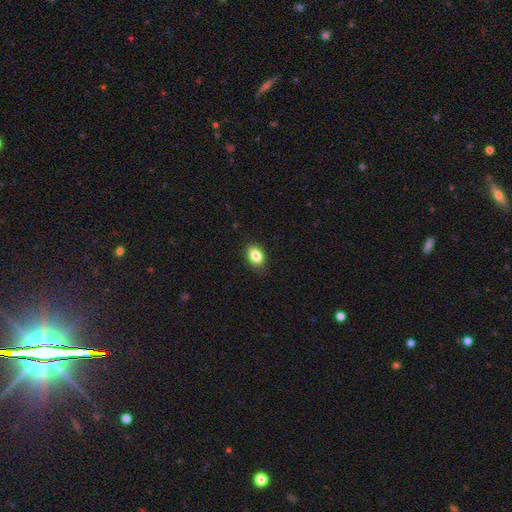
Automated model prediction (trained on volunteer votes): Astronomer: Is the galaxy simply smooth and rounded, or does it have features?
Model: smooth — 84%.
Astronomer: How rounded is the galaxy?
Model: in between — 81%.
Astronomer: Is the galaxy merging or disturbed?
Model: none — 86%.